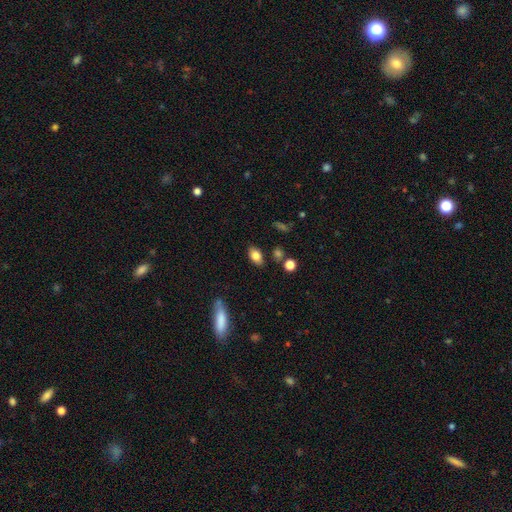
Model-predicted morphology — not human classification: Q: Smooth or featured?
A: smooth (81%); runner-up: featured or disk (10%)
Q: How rounded?
A: in between (88%); runner-up: round (9%)
Q: Merging?
A: none (82%); runner-up: minor disturbance (12%)